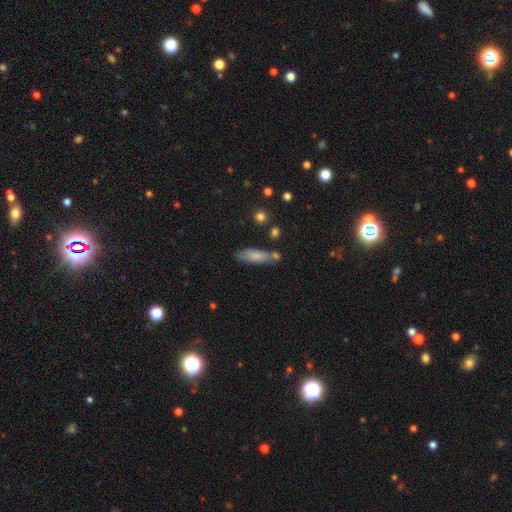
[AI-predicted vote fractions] smooth 78%, featured or disk 15%, star or artifact 7%. Down the decision tree: how rounded — in between (56%); merging — none (61%).